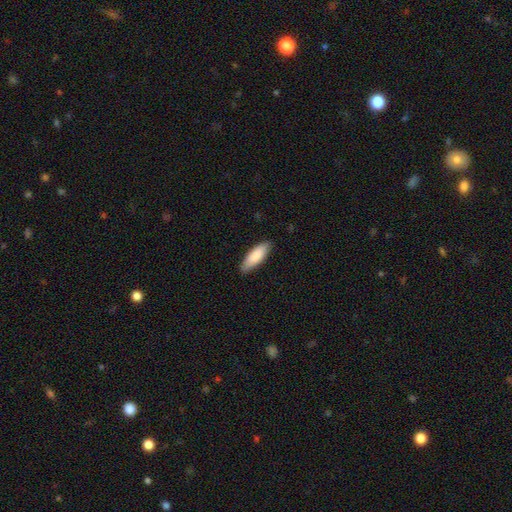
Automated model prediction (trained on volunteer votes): Smooth or featured? smooth (86%)
How rounded? in between (58%)
Merging? none (86%)